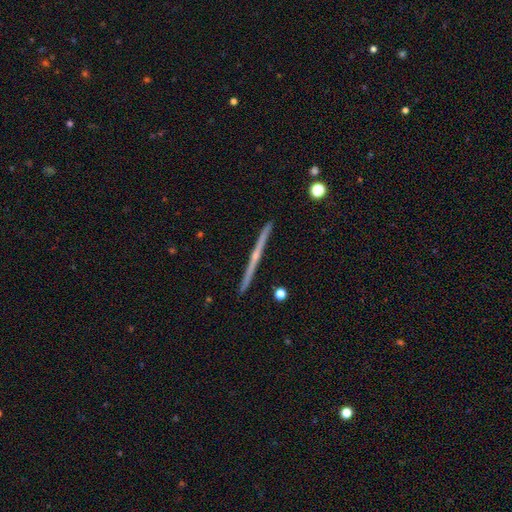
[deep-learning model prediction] Overall: featured or disk (77%). Edge-on disk: yes (98%). Edge-on bulge: rounded (57%; none 37%). Merging: none (92%).